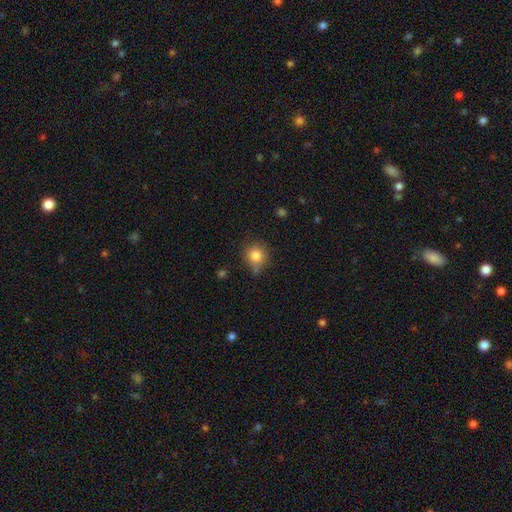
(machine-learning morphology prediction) smooth_or_featured: smooth (p=0.81) [alt: star or artifact p=0.11]
how_rounded: round (p=0.86) [alt: in between p=0.12]
merging: none (p=0.62) [alt: minor disturbance p=0.26]